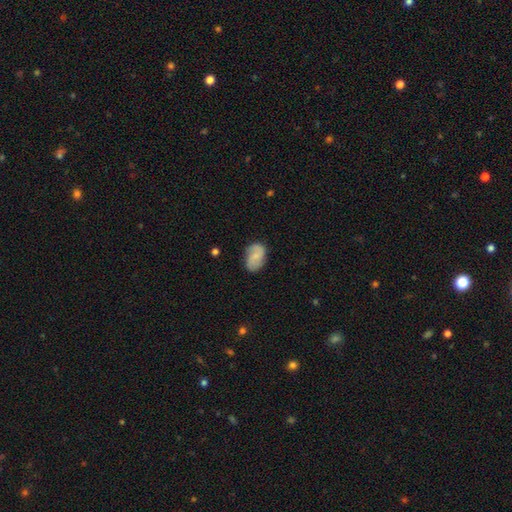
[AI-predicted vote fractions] The model was most divided on "smooth or featured": smooth: 65%, featured or disk: 27%, star or artifact: 8%. More confident: how rounded — in between (87%); merging — none (69%).